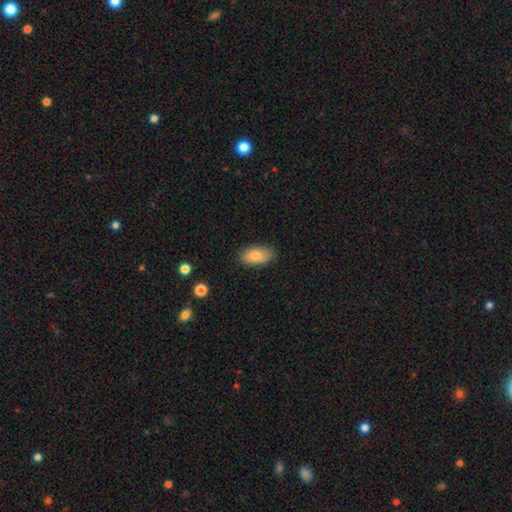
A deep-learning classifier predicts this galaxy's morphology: smooth 82%, featured or disk 11%, star or artifact 7%. Down the decision tree: how rounded — in between (91%); merging — none (85%).